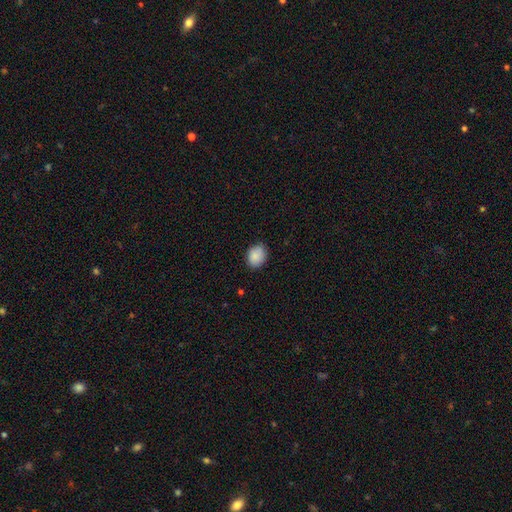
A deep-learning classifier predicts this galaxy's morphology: type=smooth (88%); roundness=in between (55%); merging=none (81%).